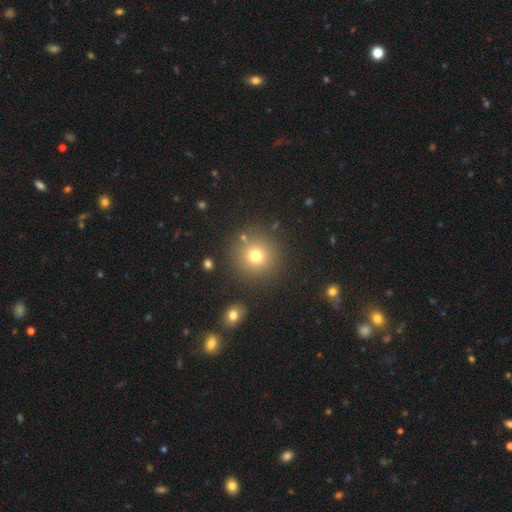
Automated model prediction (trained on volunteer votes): smooth 74%, star or artifact 16%, featured or disk 10%. Down the decision tree: how rounded — round (94%); merging — none (86%).